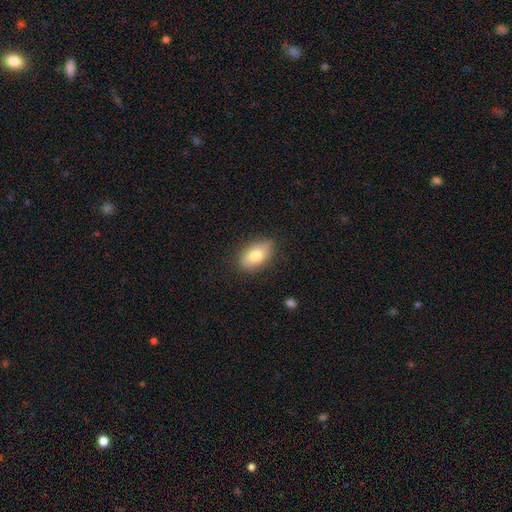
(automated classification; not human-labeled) This is likely a smooth galaxy (75%). How rounded: clearly in between (87%). Merging: clearly none (81%).